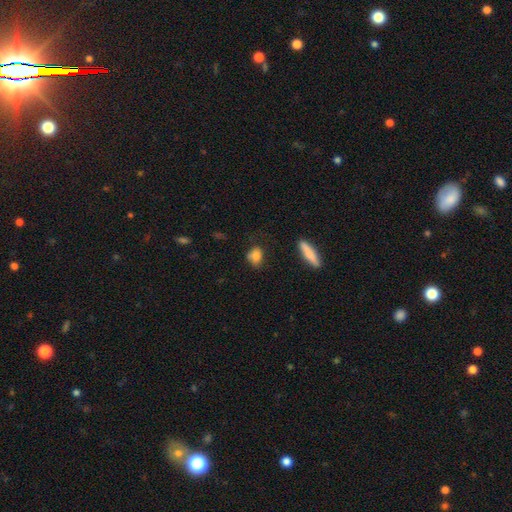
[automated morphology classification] This is clearly a smooth galaxy (83%). How rounded: possibly in between (60%). Merging: likely none (69%).